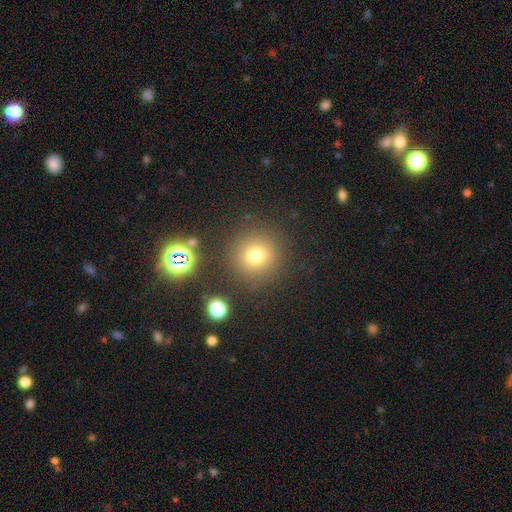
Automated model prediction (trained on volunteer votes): The model was most divided on "smooth or featured": smooth: 74%, star or artifact: 18%, featured or disk: 9%. More confident: how rounded — round (94%); merging — none (85%).